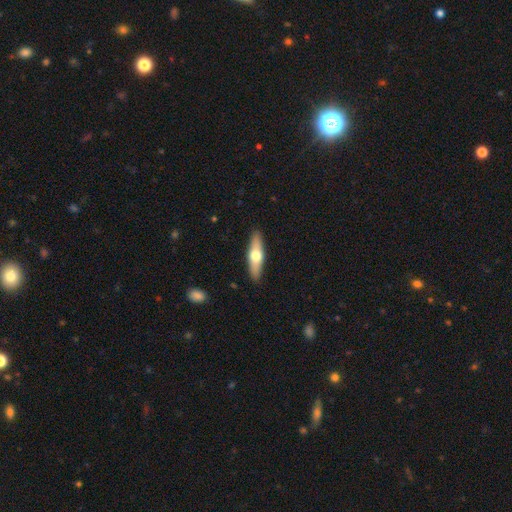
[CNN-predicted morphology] smooth_or_featured: smooth (p=0.48) [alt: featured or disk p=0.46]
merging: none (p=0.90) [alt: minor disturbance p=0.07]